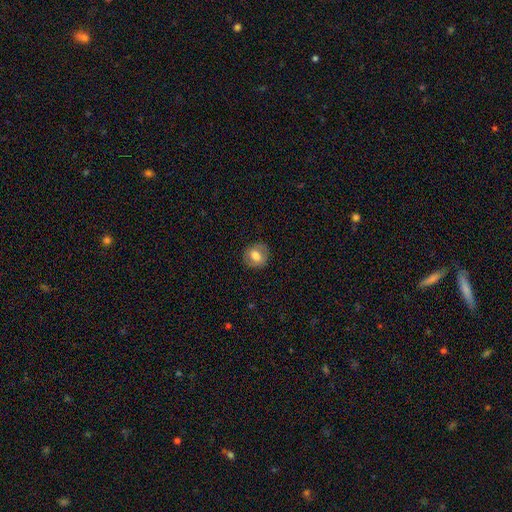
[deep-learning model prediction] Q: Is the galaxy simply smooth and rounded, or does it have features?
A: smooth — 71%.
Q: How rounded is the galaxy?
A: round — 75%.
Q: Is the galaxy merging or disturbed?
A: none — 85%.